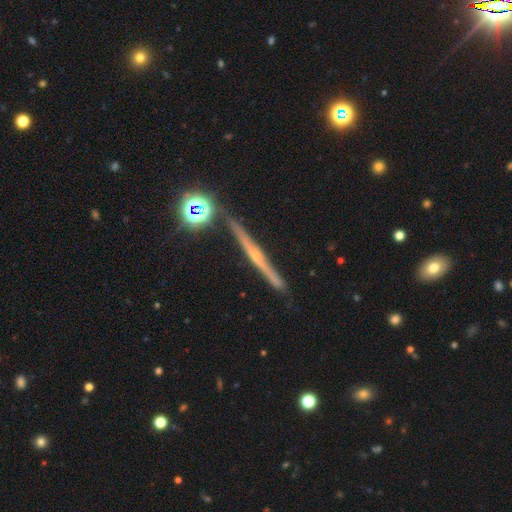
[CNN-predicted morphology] featured or disk 80%, smooth 12%, star or artifact 8%. Down the decision tree: edge-on disk — yes (98%); edge-on bulge — rounded (73%); merging — none (88%).